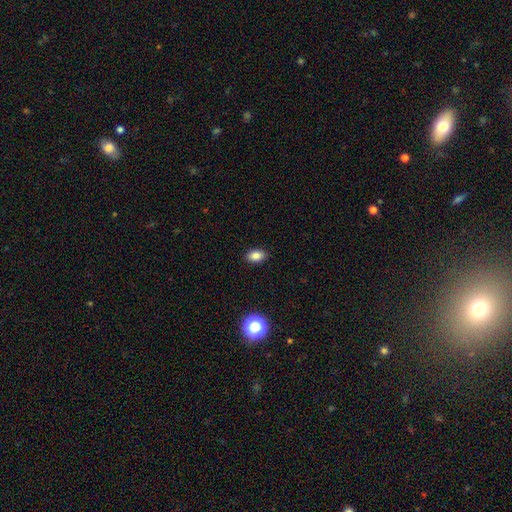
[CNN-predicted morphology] smooth 84%, star or artifact 11%, featured or disk 6%. Down the decision tree: how rounded — in between (86%); merging — none (89%).